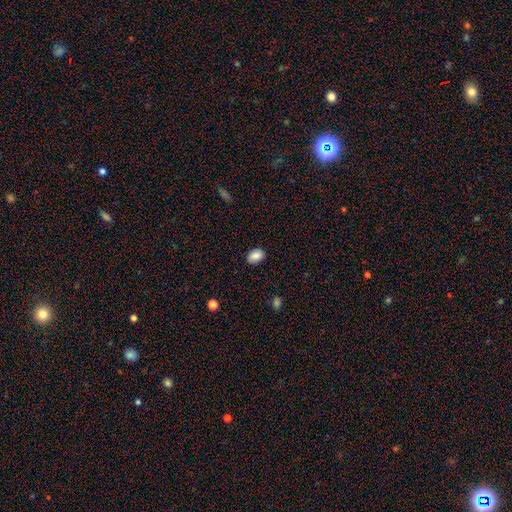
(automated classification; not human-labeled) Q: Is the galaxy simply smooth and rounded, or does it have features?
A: smooth — 86%.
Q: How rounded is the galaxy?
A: in between — 79%.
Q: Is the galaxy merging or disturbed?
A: none — 85%.